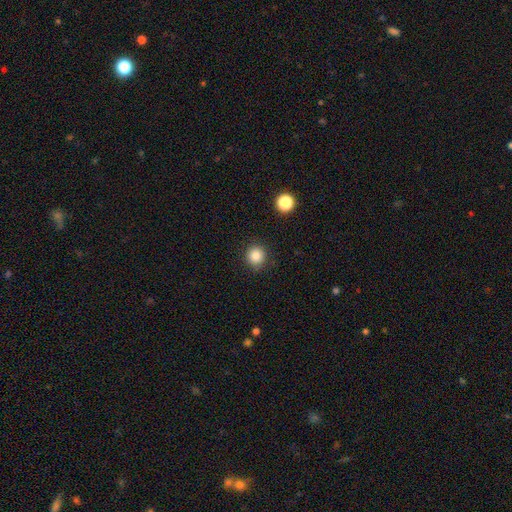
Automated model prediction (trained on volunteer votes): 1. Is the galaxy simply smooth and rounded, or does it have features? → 84% smooth, 11% star or artifact, 5% featured or disk.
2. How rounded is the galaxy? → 92% round, 7% in between, 1% cigar-shaped.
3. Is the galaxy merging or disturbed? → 89% none, 7% minor disturbance, 2% major disturbance, 1% merger.